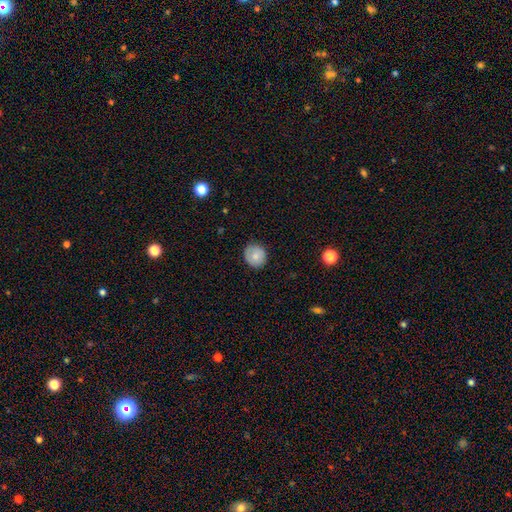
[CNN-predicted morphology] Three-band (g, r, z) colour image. It shows a smooth galaxy with no disk features (74%) that is round (87%). Merging: none (85%).